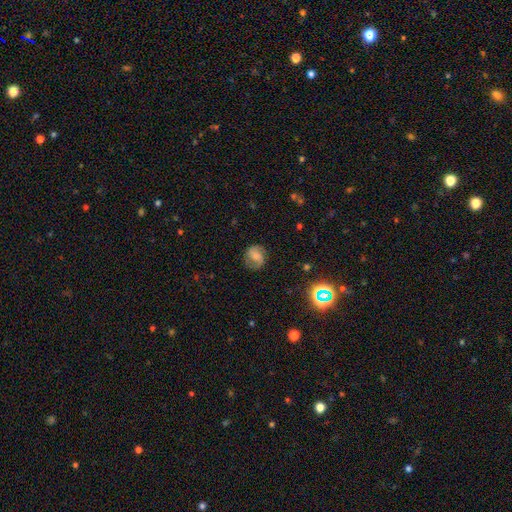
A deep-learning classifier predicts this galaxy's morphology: Overall: featured or disk (46%; smooth 42%). Merging: none (74%).